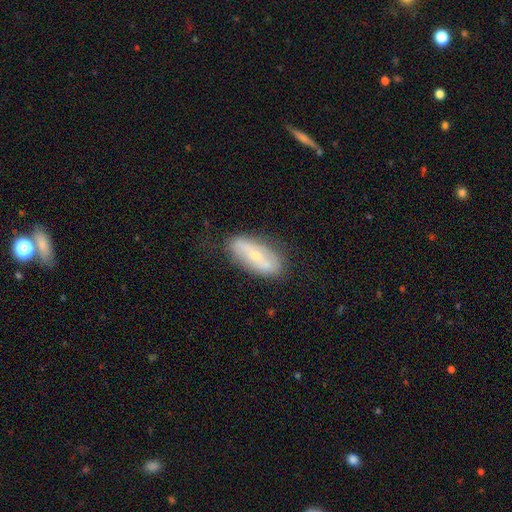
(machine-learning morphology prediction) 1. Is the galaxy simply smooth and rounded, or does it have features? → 56% featured or disk, 37% smooth, 7% star or artifact.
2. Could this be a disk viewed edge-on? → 79% no, 21% yes.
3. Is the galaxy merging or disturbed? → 76% none, 17% minor disturbance, 5% major disturbance, 2% merger.